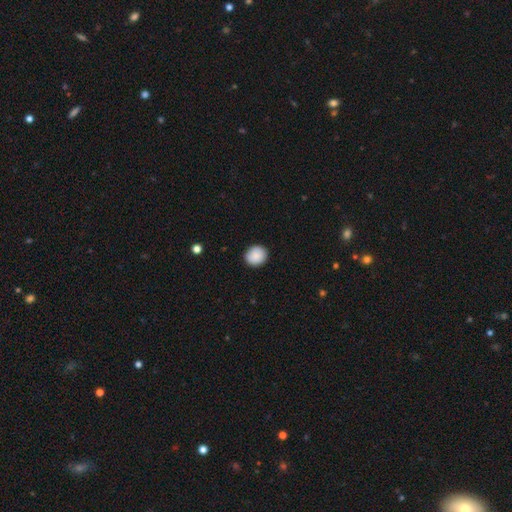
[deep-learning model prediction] A smooth galaxy with no disk features (89%) that is round (87%). Merging: none (90%).